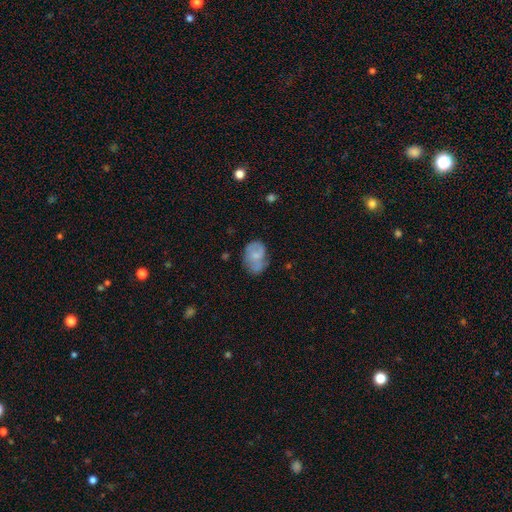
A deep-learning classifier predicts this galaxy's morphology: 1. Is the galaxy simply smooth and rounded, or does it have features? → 52% smooth, 40% featured or disk, 7% star or artifact.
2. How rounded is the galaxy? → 73% in between, 26% round, 1% cigar-shaped.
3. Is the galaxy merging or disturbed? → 51% none, 31% minor disturbance, 14% major disturbance, 4% merger.